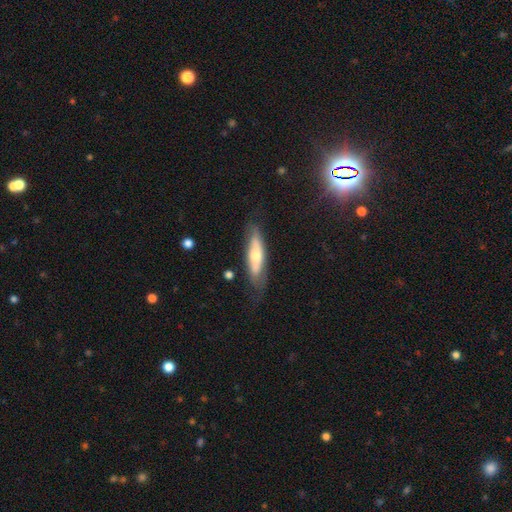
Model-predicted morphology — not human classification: Smooth or featured? smooth (50%)
How rounded? cigar-shaped (56%)
Merging? none (67%)